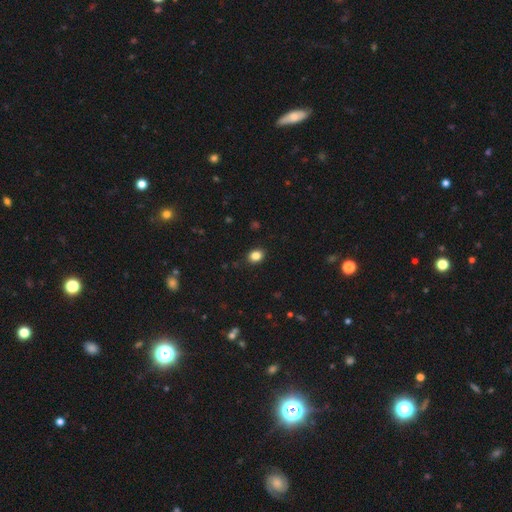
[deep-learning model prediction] Morphology: type=smooth (85%); roundness=round (53%); merging=none (89%).